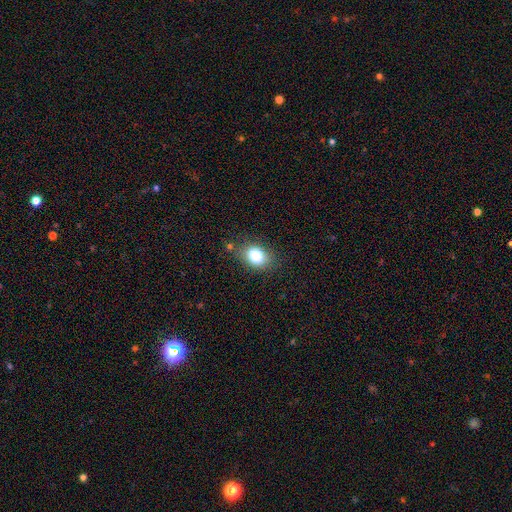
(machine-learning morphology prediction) A smooth galaxy with no disk features (83%) that is in between round and cigar-shaped (66%).

Vote fractions:
- Smooth or featured? smooth: 83% / star or artifact: 9% / featured or disk: 7%
- How rounded? in between: 66% / round: 33% / cigar-shaped: 1%
- Merging? none: 71% / minor disturbance: 19% / major disturbance: 6% / merger: 3%